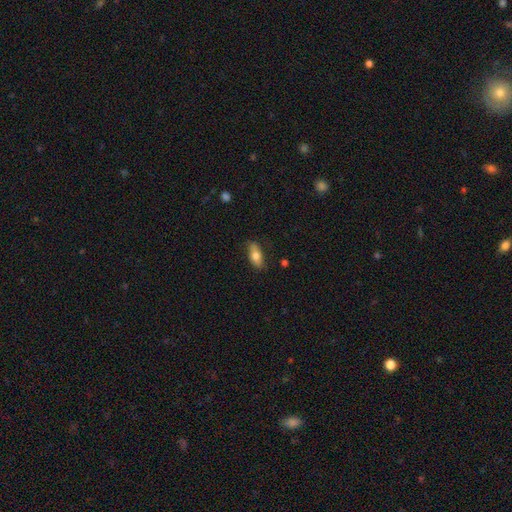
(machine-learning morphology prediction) Q: Smooth or featured?
A: smooth (77%); runner-up: featured or disk (17%)
Q: How rounded?
A: in between (81%); runner-up: cigar-shaped (16%)
Q: Merging?
A: none (82%); runner-up: minor disturbance (14%)